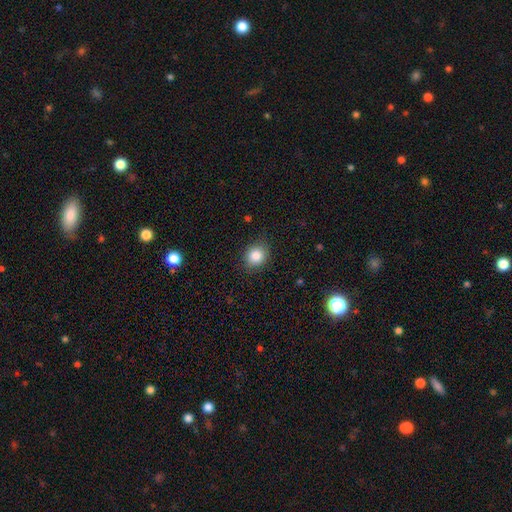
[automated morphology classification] A smooth galaxy with no disk features (85%) that is round (77%).

Vote fractions:
- Smooth or featured? smooth: 85% / star or artifact: 10% / featured or disk: 5%
- How rounded? round: 77% / in between: 22% / cigar-shaped: 1%
- Merging? none: 85% / minor disturbance: 11% / major disturbance: 3% / merger: 1%